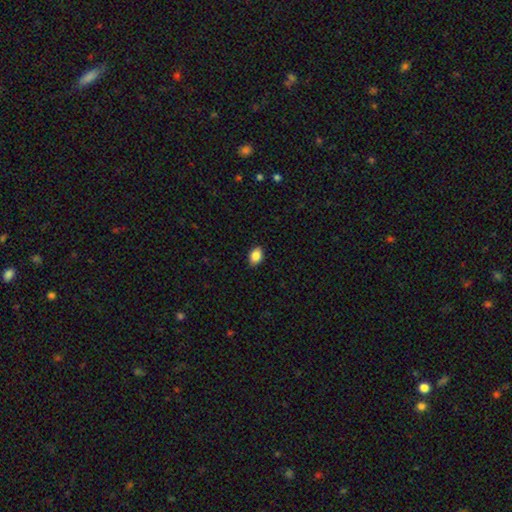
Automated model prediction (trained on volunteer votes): Smooth or featured? smooth (87%)
How rounded? in between (80%)
Merging? none (88%)